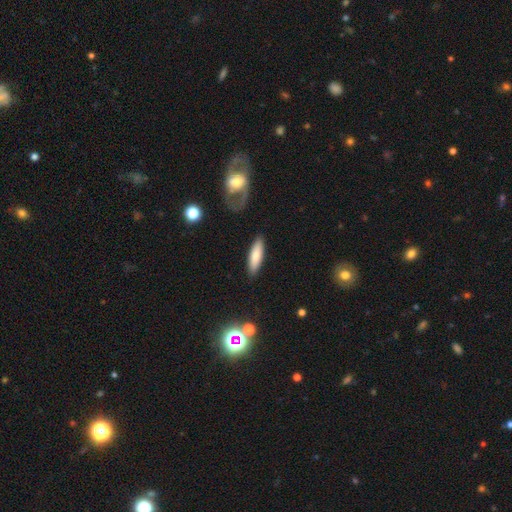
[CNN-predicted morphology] smooth_or_featured: smooth (p=0.80) [alt: featured or disk p=0.14]
how_rounded: cigar-shaped (p=0.60) [alt: in between p=0.39]
merging: none (p=0.87) [alt: minor disturbance p=0.09]